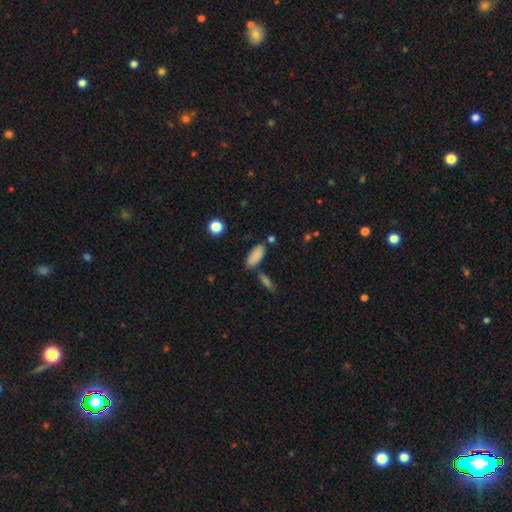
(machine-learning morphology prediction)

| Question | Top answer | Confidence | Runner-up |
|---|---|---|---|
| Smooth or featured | smooth | 86% | star or artifact (8%) |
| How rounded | in between | 85% | cigar-shaped (13%) |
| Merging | none | 70% | minor disturbance (15%) |